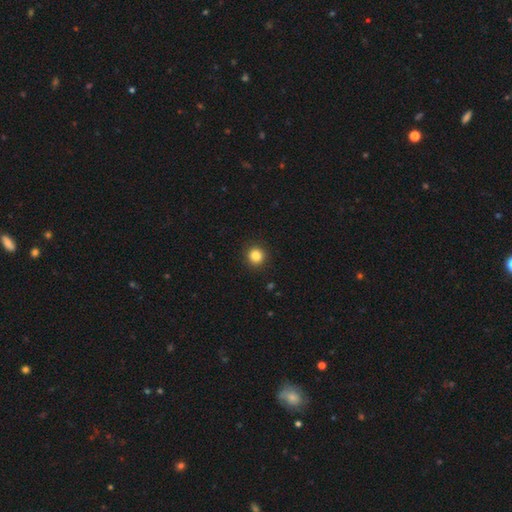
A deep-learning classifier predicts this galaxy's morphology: Smooth or featured?
  - smooth: 85% *
  - star or artifact: 11%
  - featured or disk: 4%
How rounded?
  - round: 93% *
  - in between: 6%
  - cigar-shaped: 1%
Merging?
  - none: 92% *
  - minor disturbance: 5%
  - major disturbance: 2%
  - merger: 1%